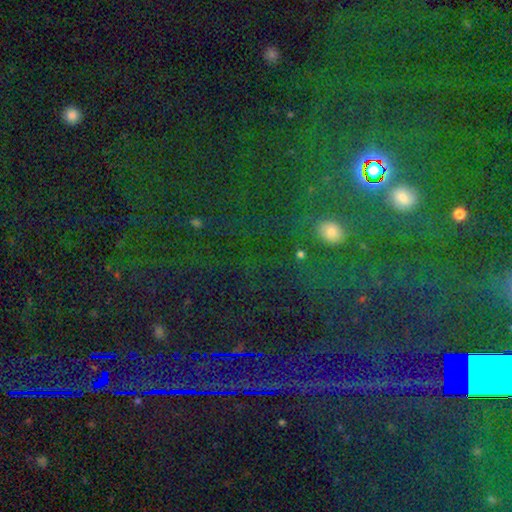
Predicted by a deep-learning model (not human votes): smooth_or_featured: star or artifact (p=0.75) [alt: smooth p=0.17]